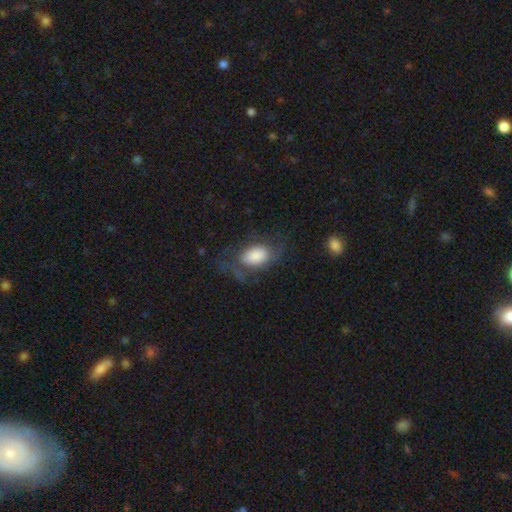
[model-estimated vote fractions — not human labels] smooth_or_featured: smooth (p=0.59) [alt: featured or disk p=0.34]
how_rounded: in between (p=0.87) [alt: round p=0.12]
merging: none (p=0.45) [alt: major disturbance p=0.29]